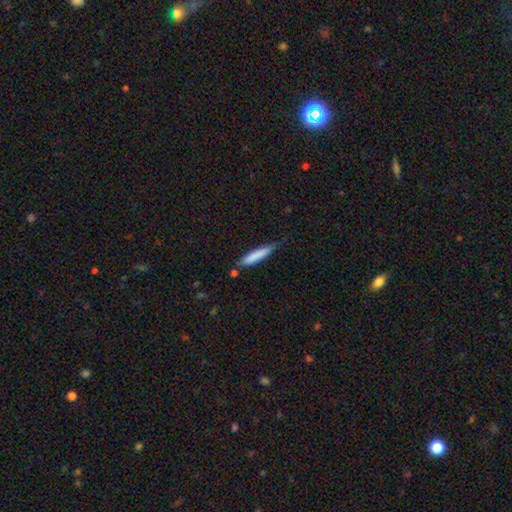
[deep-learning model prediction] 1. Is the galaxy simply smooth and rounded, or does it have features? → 79% smooth, 15% featured or disk, 6% star or artifact.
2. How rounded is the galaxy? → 88% cigar-shaped, 10% in between, 1% round.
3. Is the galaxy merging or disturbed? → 65% none, 25% minor disturbance, 5% merger, 5% major disturbance.